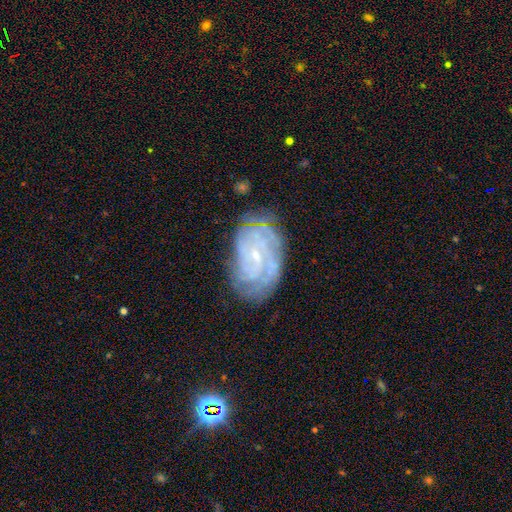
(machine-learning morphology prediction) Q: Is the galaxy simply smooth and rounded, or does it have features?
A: featured or disk — 85%.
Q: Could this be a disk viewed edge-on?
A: no — 96%.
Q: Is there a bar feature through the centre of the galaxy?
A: no — 60%.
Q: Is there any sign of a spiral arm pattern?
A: yes — 96%.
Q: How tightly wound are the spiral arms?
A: tight — 77%.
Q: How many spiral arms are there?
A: can't tell — 31%.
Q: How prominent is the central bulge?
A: small — 79%.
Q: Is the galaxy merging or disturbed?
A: none — 74%.